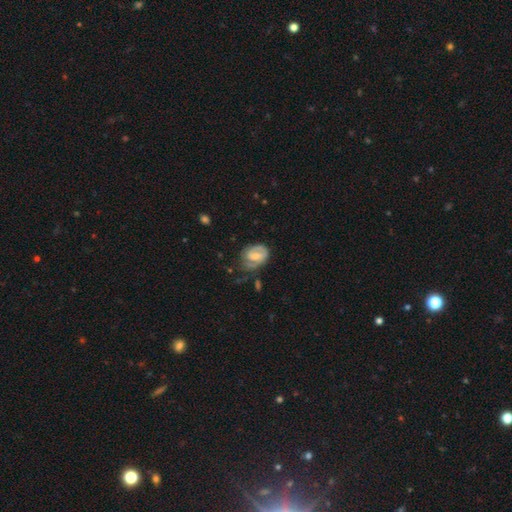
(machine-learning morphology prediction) type=featured or disk (66%); edge-on=no (97%); bar=weak (49%); spiral arms=yes (77%); bulge=moderate (50%); merging=none (54%).